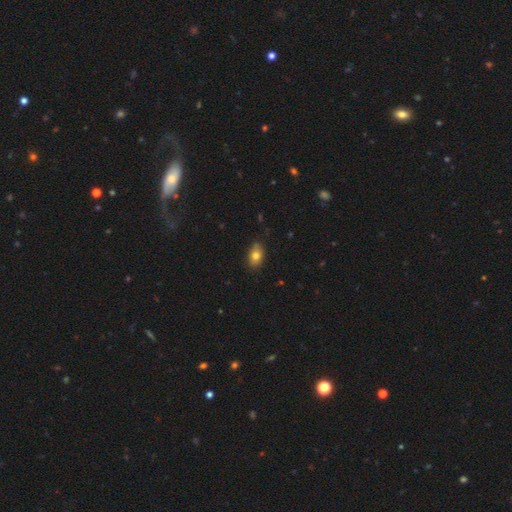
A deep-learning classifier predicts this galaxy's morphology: Smooth or featured?
  - smooth: 79% *
  - featured or disk: 11%
  - star or artifact: 10%
How rounded?
  - in between: 79% *
  - round: 19%
  - cigar-shaped: 2%
Merging?
  - none: 79% *
  - minor disturbance: 17%
  - major disturbance: 3%
  - merger: 2%